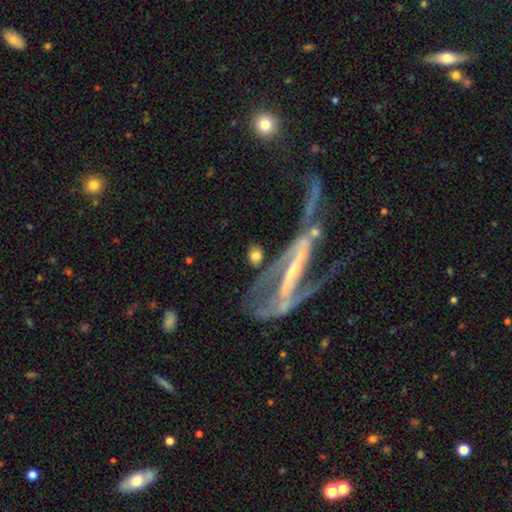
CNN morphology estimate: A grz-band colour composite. It shows a smooth galaxy with no disk features (55%) that is round (44%). Merging: none (61%).